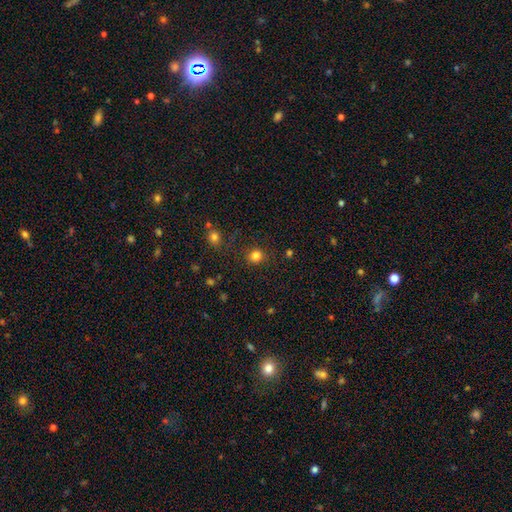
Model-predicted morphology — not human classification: Smooth or featured? Predicted: smooth (p=0.82). How rounded? Predicted: round (p=0.89). Merging? Predicted: none (p=0.86).